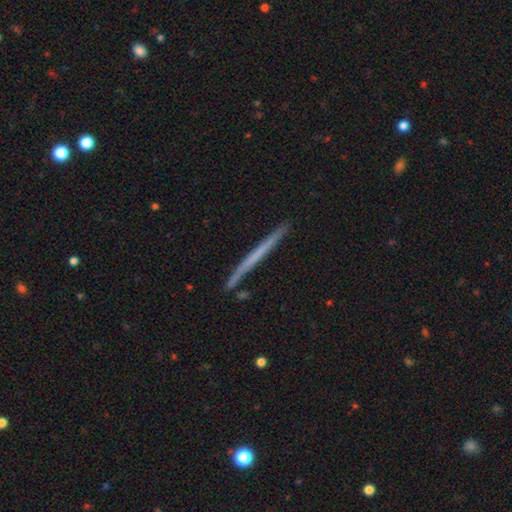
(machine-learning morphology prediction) Smooth or featured?
  - featured or disk: 51% *
  - smooth: 43%
  - star or artifact: 6%
Edge-on disk?
  - yes: 98% *
  - no: 2%
Merging?
  - none: 90% *
  - minor disturbance: 7%
  - merger: 2%
  - major disturbance: 1%